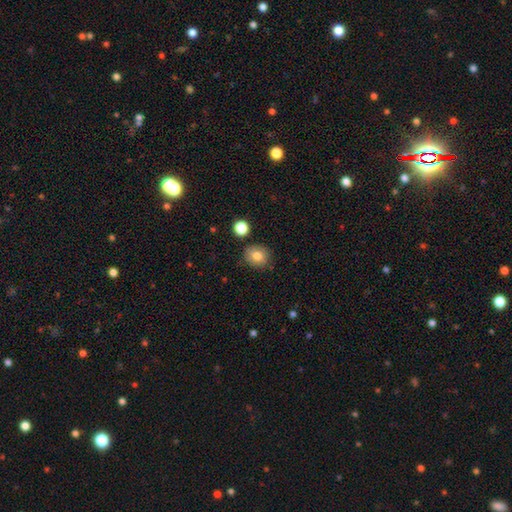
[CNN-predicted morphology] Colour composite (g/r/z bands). It shows a smooth galaxy with no disk features (80%) that is round (77%). Merging: none (83%).